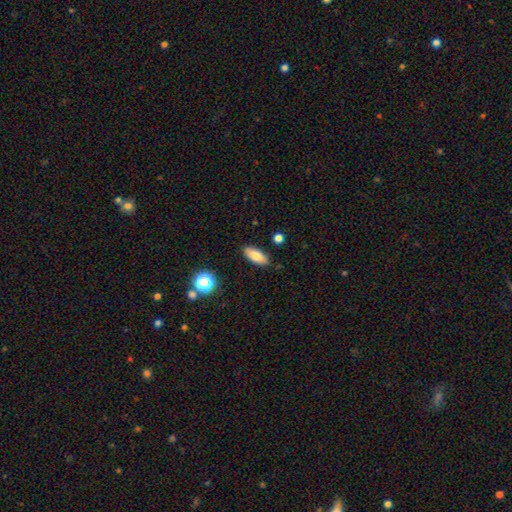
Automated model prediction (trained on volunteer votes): Smooth or featured? Predicted: smooth (p=0.80). How rounded? Predicted: in between (p=0.80). Merging? Predicted: none (p=0.87).